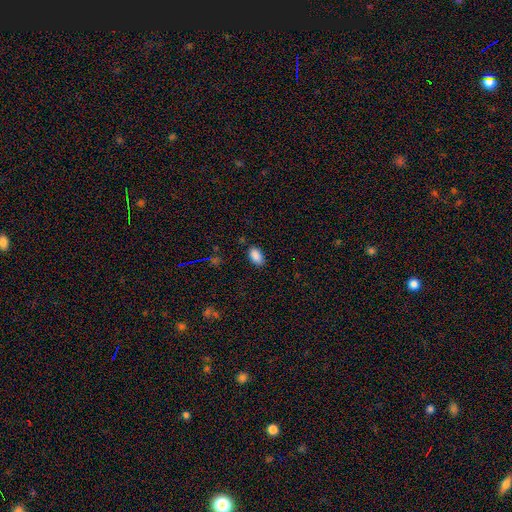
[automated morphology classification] Smooth or featured? Predicted: smooth (p=0.88). How rounded? Predicted: in between (p=0.93). Merging? Predicted: none (p=0.83).